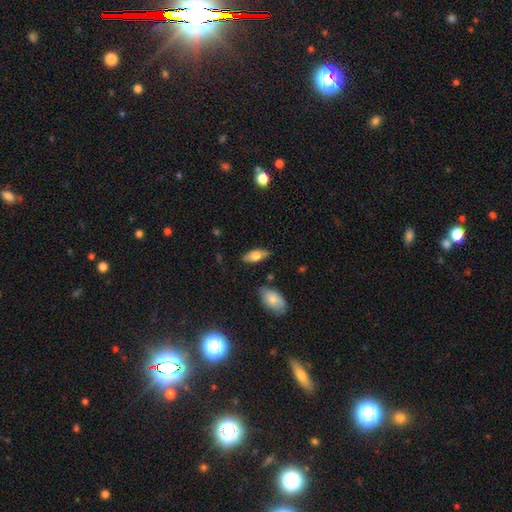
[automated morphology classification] A smooth galaxy with no disk features (71%) that is in between round and cigar-shaped (84%). Merging: none (82%).